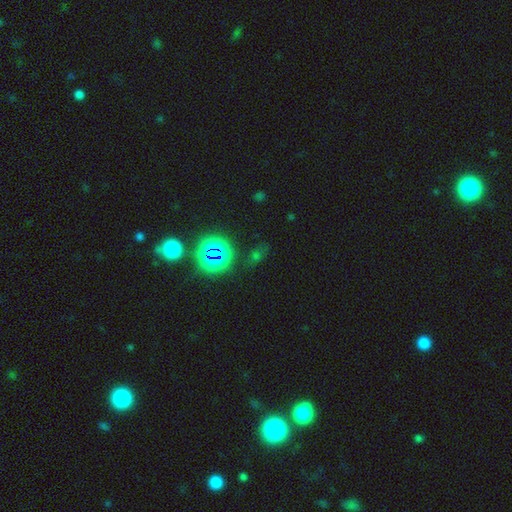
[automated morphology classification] Smooth or featured? Predicted: star or artifact (p=0.64).